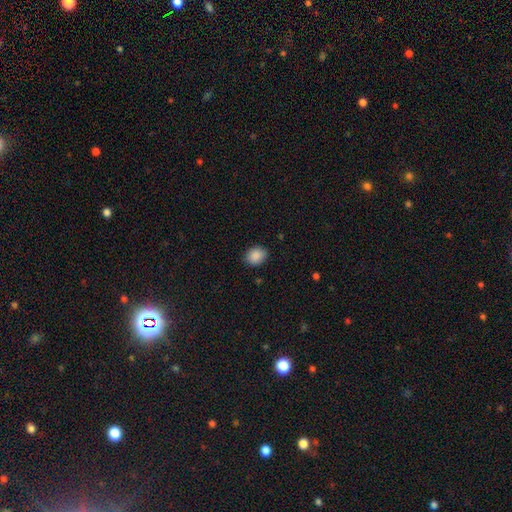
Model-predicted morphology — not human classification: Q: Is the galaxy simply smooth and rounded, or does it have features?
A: smooth — 89%.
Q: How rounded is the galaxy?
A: in between — 51%.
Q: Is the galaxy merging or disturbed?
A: none — 86%.